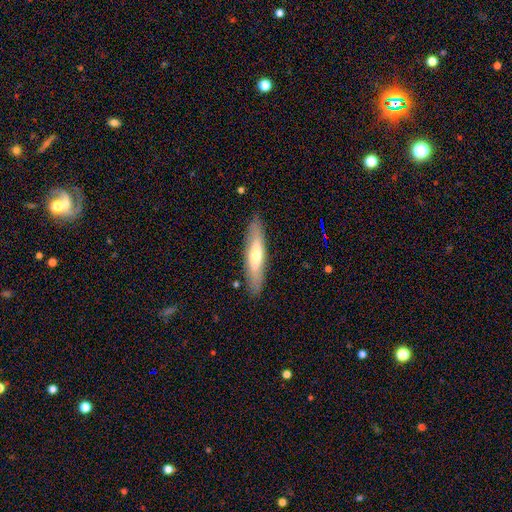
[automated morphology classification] Smooth or featured? smooth (50%)
Merging? none (87%)